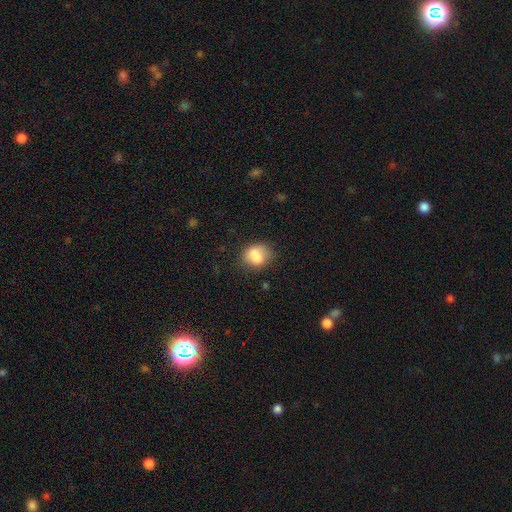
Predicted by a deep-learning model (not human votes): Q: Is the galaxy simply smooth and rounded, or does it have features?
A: smooth — 74%.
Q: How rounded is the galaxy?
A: round — 55%.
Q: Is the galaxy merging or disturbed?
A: none — 49%.